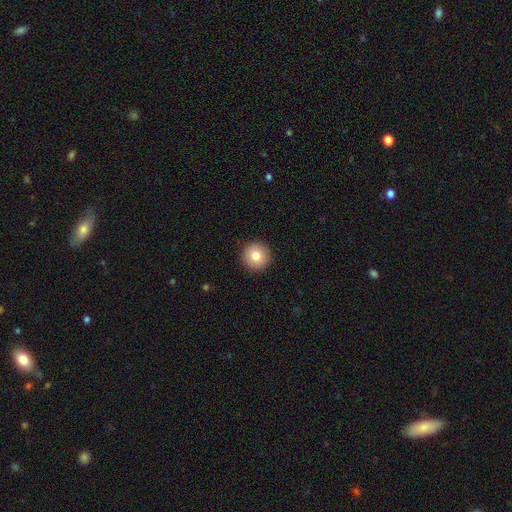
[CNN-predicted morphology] Smooth or featured?
  - smooth: 81% *
  - featured or disk: 10%
  - star or artifact: 9%
How rounded?
  - round: 96% *
  - in between: 3%
  - cigar-shaped: 1%
Merging?
  - none: 93% *
  - minor disturbance: 4%
  - major disturbance: 2%
  - merger: 1%